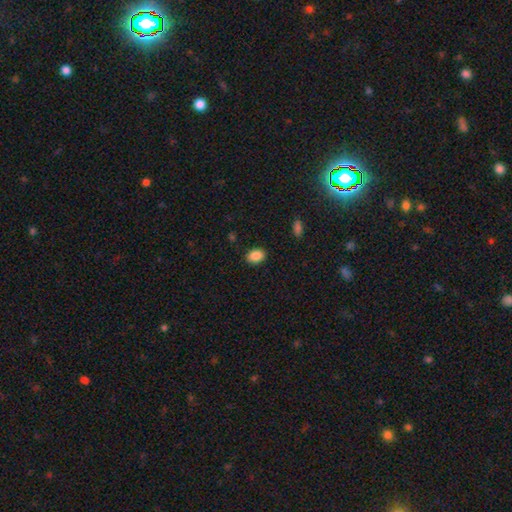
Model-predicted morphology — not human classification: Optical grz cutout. It shows a smooth galaxy with no disk features (88%) that is in between round and cigar-shaped (75%). Merging: none (88%).